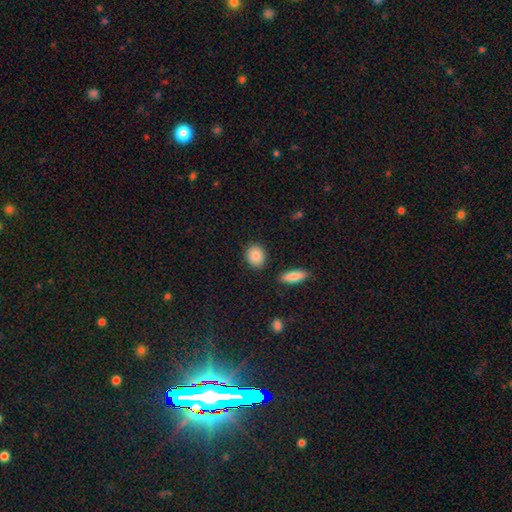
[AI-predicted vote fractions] Smooth or featured?
  - smooth: 87% *
  - star or artifact: 7%
  - featured or disk: 6%
How rounded?
  - round: 58% *
  - in between: 40%
  - cigar-shaped: 2%
Merging?
  - none: 86% *
  - minor disturbance: 9%
  - merger: 3%
  - major disturbance: 2%